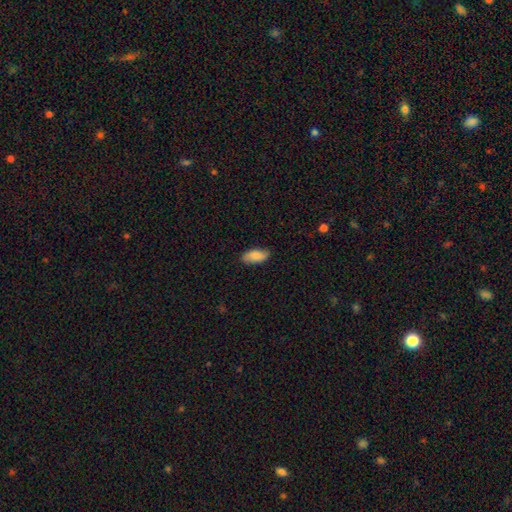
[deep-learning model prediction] smooth_or_featured: smooth (p=0.85) [alt: featured or disk p=0.09]
how_rounded: in between (p=0.89) [alt: cigar-shaped p=0.09]
merging: none (p=0.84) [alt: minor disturbance p=0.13]